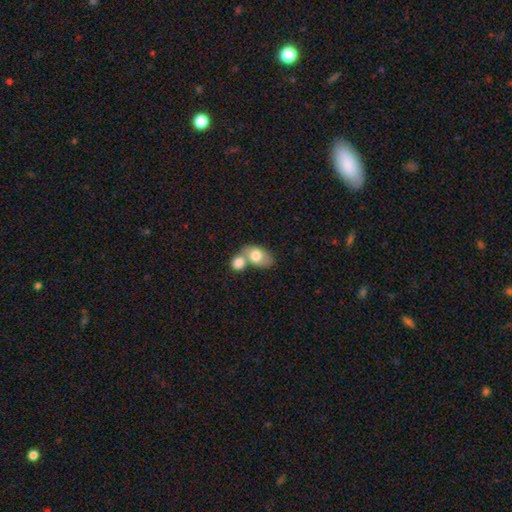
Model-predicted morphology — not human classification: A smooth galaxy with no disk features (76%) that is in between round and cigar-shaped (82%). Merging: merger (62%).